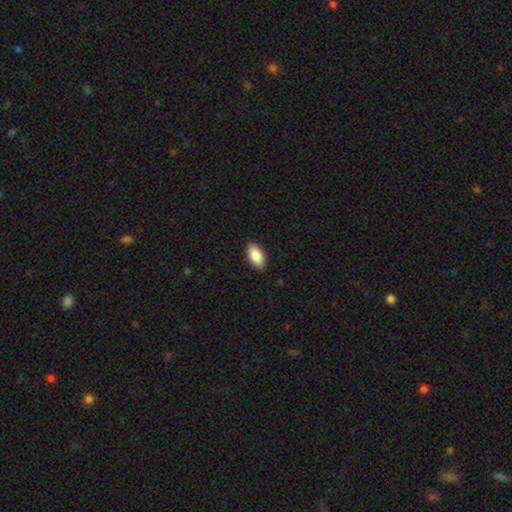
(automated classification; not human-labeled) This appears to be a smooth galaxy with no disk features (85%) that is in between round and cigar-shaped (91%). Merging: none (88%).